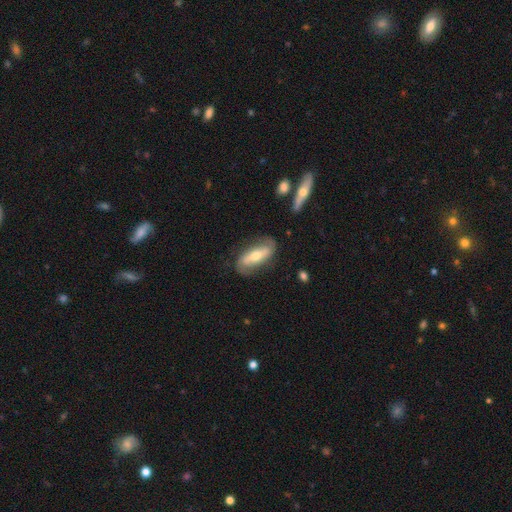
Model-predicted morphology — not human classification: Smooth or featured?
  - featured or disk: 66% *
  - smooth: 28%
  - star or artifact: 6%
Edge-on disk?
  - no: 81% *
  - yes: 19%
Bar?
  - strong: 48% *
  - weak: 27%
  - no: 25%
Spiral arms?
  - yes: 79% *
  - no: 21%
Bulge size?
  - moderate: 63% *
  - small: 26%
  - large: 8%
  - none: 2%
  - dominant: 1%
Merging?
  - none: 75% *
  - minor disturbance: 17%
  - major disturbance: 6%
  - merger: 2%